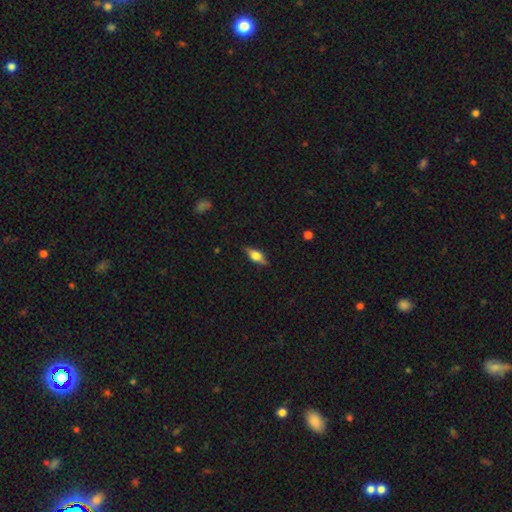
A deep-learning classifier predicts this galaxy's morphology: smooth_or_featured: featured or disk (p=0.50) [alt: smooth p=0.43]
merging: none (p=0.85) [alt: minor disturbance p=0.11]